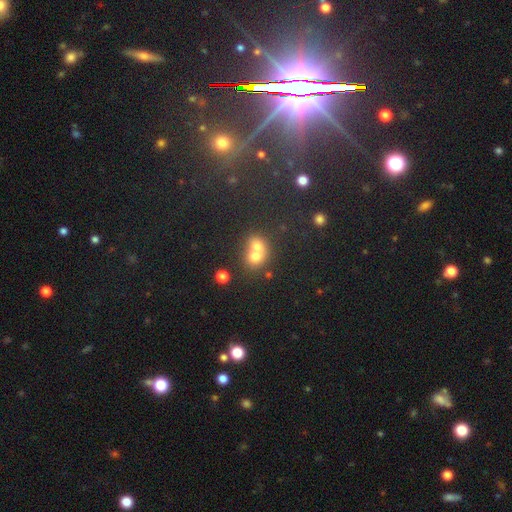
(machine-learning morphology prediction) A smooth galaxy with no disk features (68%) that is round (67%). Merging: merger (70%).